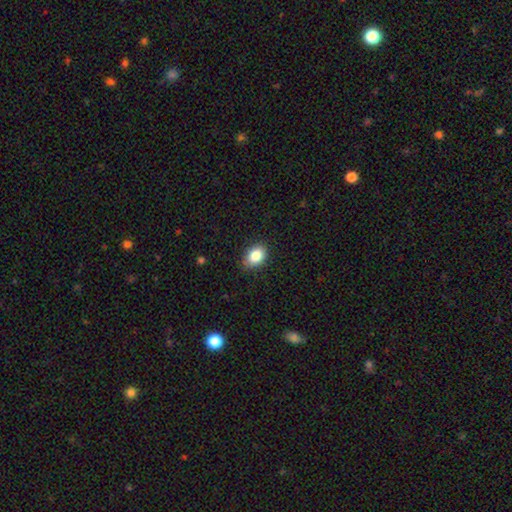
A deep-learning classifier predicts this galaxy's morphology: Smooth or featured?
  - smooth: 85% *
  - star or artifact: 9%
  - featured or disk: 6%
How rounded?
  - in between: 79% *
  - round: 20%
  - cigar-shaped: 1%
Merging?
  - none: 83% *
  - minor disturbance: 13%
  - major disturbance: 2%
  - merger: 1%